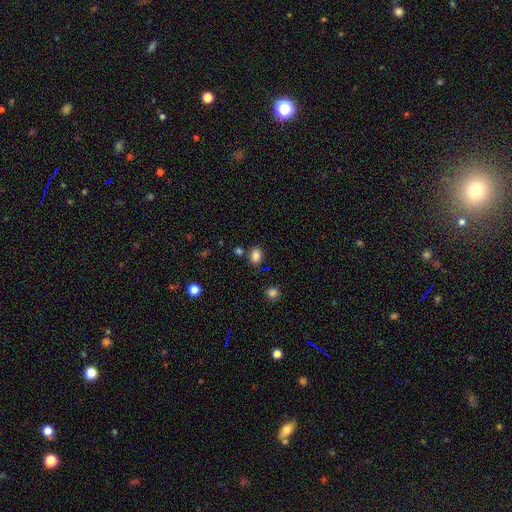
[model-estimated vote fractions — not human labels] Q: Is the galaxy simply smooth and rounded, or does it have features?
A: smooth — 84%.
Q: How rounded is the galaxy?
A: in between — 55%.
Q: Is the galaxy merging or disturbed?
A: none — 78%.